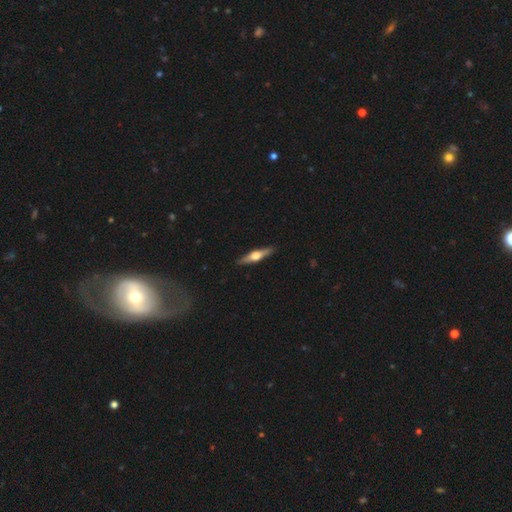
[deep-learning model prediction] A featured or disk galaxy (66%) viewed edge-on (97%) with a rounded central bulge (94%). Merging: none (90%).